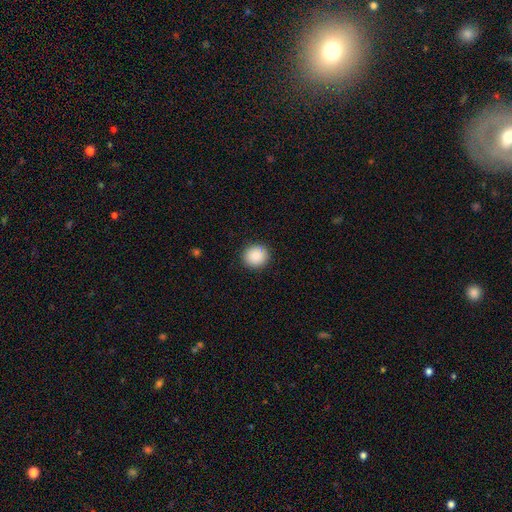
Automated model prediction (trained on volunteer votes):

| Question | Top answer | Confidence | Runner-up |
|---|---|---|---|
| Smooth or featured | smooth | 89% | star or artifact (8%) |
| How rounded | round | 89% | in between (10%) |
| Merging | none | 91% | minor disturbance (6%) |